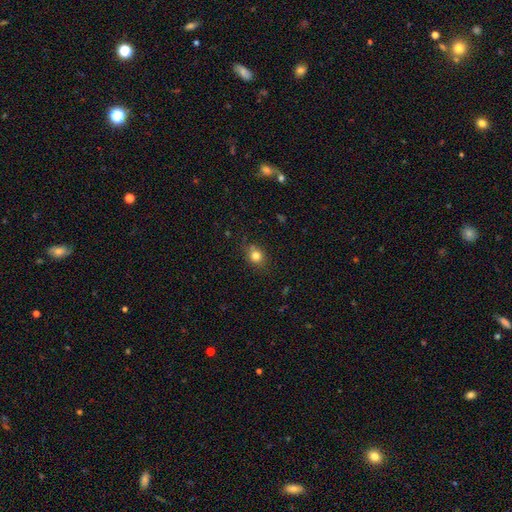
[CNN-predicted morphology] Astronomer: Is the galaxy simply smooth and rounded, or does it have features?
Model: smooth — 80%.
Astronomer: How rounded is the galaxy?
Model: round — 66%.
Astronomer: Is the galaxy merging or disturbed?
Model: none — 77%.